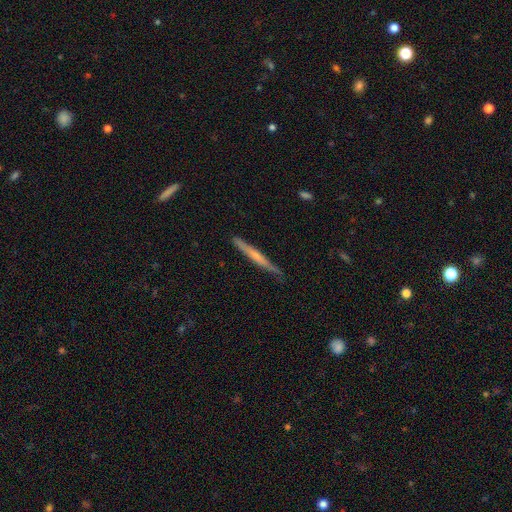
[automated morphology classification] Overall: featured or disk (57%; smooth 37%). Edge-on disk: yes (97%). Edge-on bulge: none (50%; rounded 41%). Merging: none (85%).